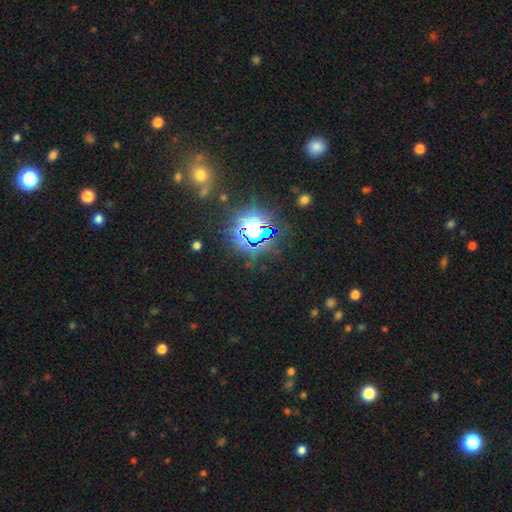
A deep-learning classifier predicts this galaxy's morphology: Smooth or featured? Predicted: star or artifact (p=0.80).